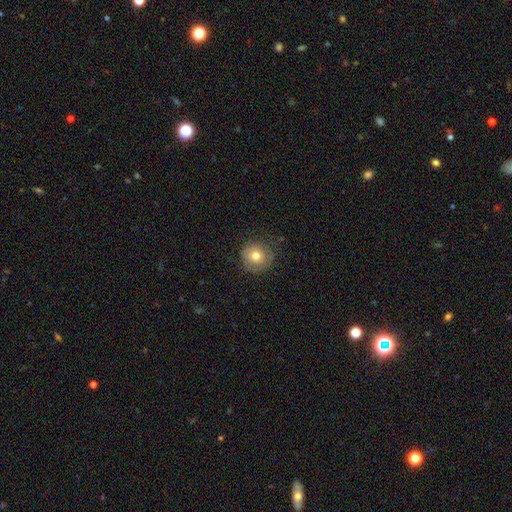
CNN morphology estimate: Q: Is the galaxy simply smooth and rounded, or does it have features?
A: smooth — 70%.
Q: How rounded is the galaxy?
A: round — 92%.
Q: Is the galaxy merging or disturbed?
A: none — 76%.